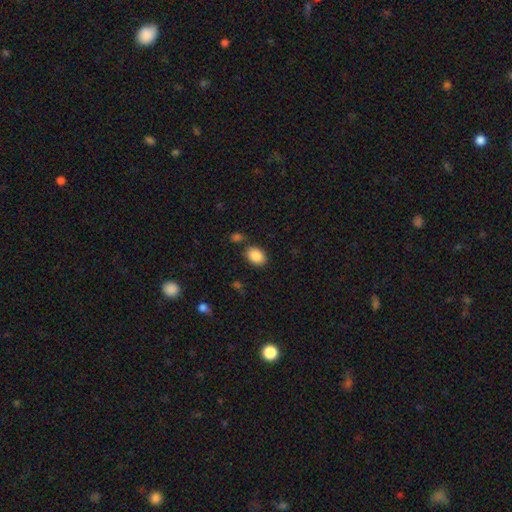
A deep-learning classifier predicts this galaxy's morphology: Smooth or featured?
  - smooth: 87% *
  - star or artifact: 8%
  - featured or disk: 5%
How rounded?
  - in between: 75% *
  - round: 24%
  - cigar-shaped: 1%
Merging?
  - none: 80% *
  - minor disturbance: 11%
  - merger: 6%
  - major disturbance: 3%